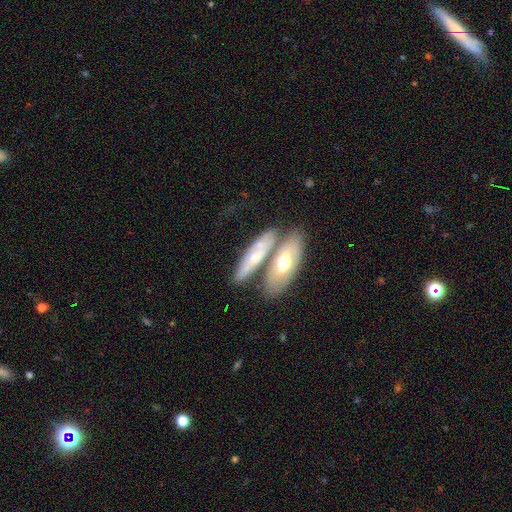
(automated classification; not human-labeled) Smooth or featured? Predicted: featured or disk (p=0.52). Edge-on disk? Predicted: no (p=0.55). Merging? Predicted: none (p=0.48).